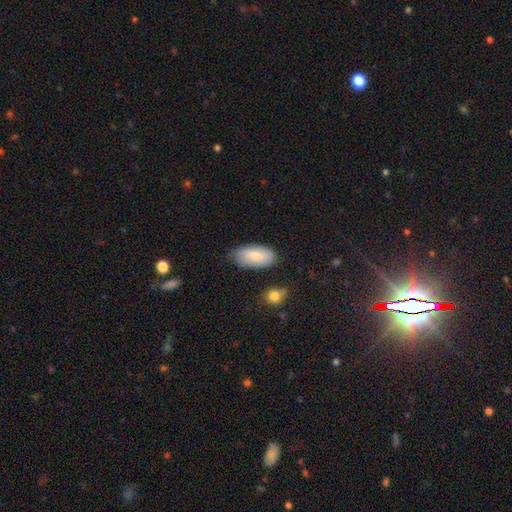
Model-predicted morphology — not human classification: Smooth or featured? smooth (77%)
How rounded? in between (93%)
Merging? none (76%)